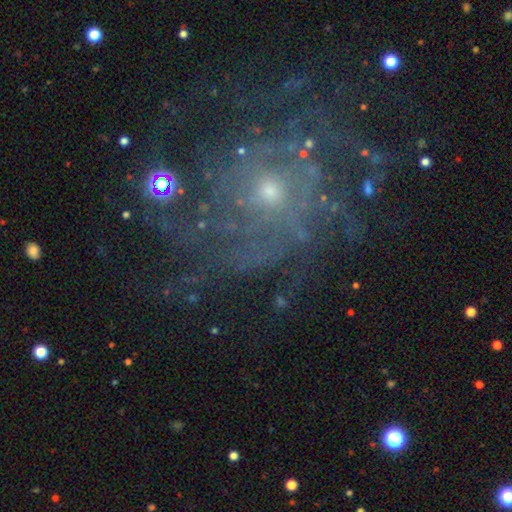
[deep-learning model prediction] Morphology: type=featured or disk (76%); edge-on=no (97%); bar=no (83%); spiral arms=yes (83%); winding=tight (58%); arm count=can't tell (46%); bulge=small (69%); merging=none (67%).